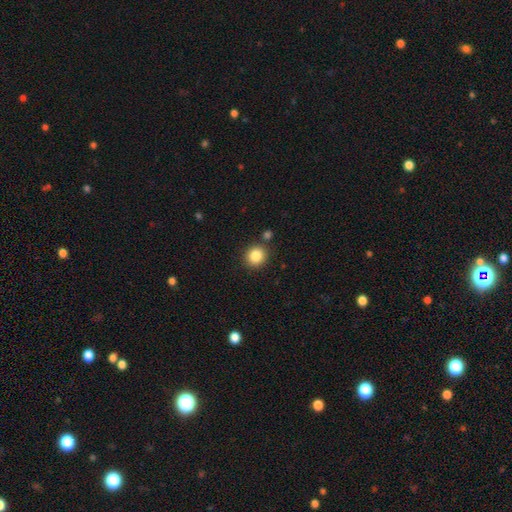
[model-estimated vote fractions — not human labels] Smooth or featured?
  - smooth: 86% *
  - star or artifact: 10%
  - featured or disk: 4%
How rounded?
  - round: 86% *
  - in between: 13%
  - cigar-shaped: 1%
Merging?
  - none: 84% *
  - minor disturbance: 8%
  - merger: 6%
  - major disturbance: 2%